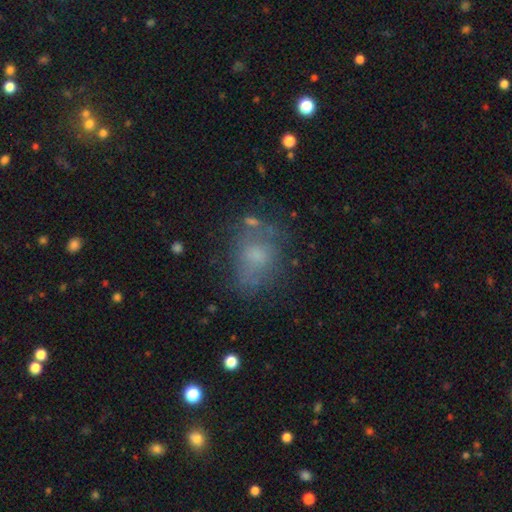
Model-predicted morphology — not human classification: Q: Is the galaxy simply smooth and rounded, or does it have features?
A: smooth — 55%.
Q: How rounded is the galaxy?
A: in between — 60%.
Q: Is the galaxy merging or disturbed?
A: none — 52%.